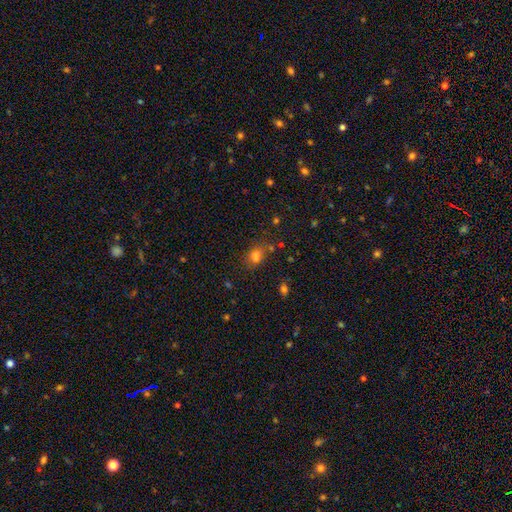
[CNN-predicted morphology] smooth-or-featured: smooth: 71% | star or artifact: 20% | featured or disk: 9%
  how-rounded: in between: 54% | round: 44% | cigar-shaped: 2%
  merging: none: 59% | merger: 18% | minor disturbance: 16% | major disturbance: 7%